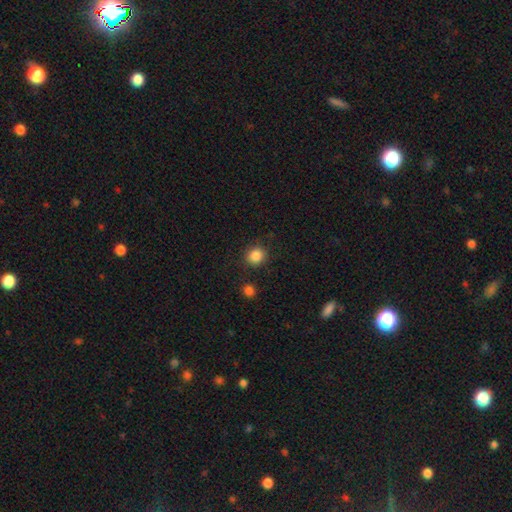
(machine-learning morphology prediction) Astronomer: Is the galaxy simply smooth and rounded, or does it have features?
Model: smooth — 86%.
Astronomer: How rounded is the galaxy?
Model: round — 89%.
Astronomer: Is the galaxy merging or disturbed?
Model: none — 87%.